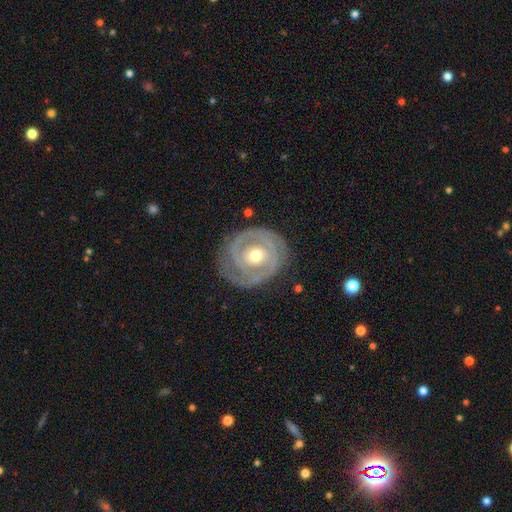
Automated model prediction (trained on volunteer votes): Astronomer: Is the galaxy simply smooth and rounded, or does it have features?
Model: featured or disk — 87%.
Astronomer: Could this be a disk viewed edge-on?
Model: no — 97%.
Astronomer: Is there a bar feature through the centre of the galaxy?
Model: no — 72%.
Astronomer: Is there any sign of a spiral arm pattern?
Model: yes — 92%.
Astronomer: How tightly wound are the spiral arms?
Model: tight — 79%.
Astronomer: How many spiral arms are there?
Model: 2 — 61%.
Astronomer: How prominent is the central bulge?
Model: moderate — 69%.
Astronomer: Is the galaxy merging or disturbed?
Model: none — 80%.